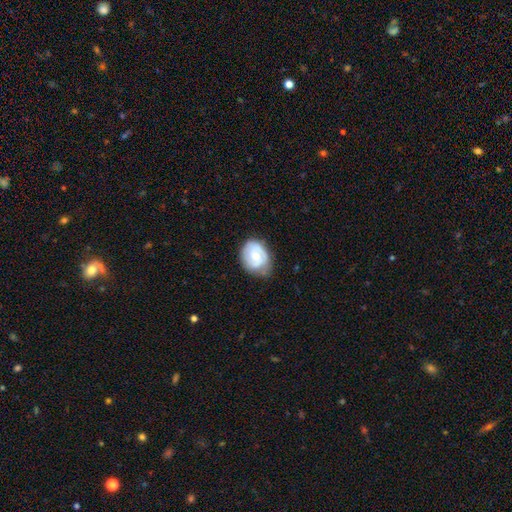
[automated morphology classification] This is possibly a featured or disk galaxy (54%). It is clearly not viewed edge-on (97%). Bar: possibly no (58%). Spiral arm pattern: likely yes (79%). Central bulge: possibly small (46%). Merging: likely none (61%).